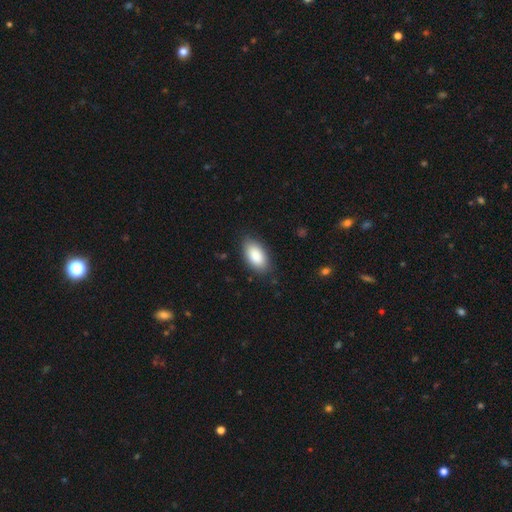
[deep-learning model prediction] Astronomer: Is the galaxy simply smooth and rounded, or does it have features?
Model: smooth — 88%.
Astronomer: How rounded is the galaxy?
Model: in between — 94%.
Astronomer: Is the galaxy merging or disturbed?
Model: none — 83%.